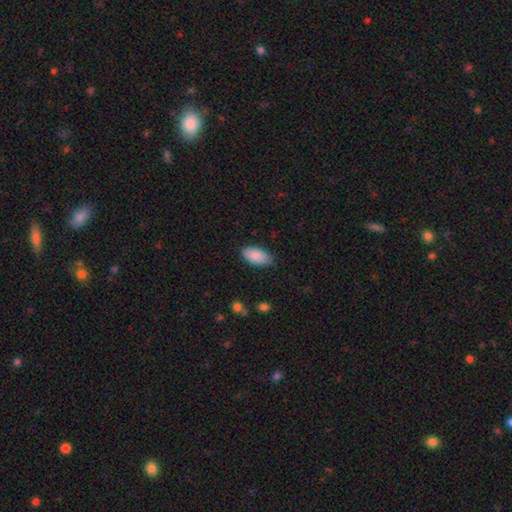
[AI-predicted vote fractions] This is clearly a smooth galaxy (88%). How rounded: clearly in between (94%). Merging: likely none (80%).